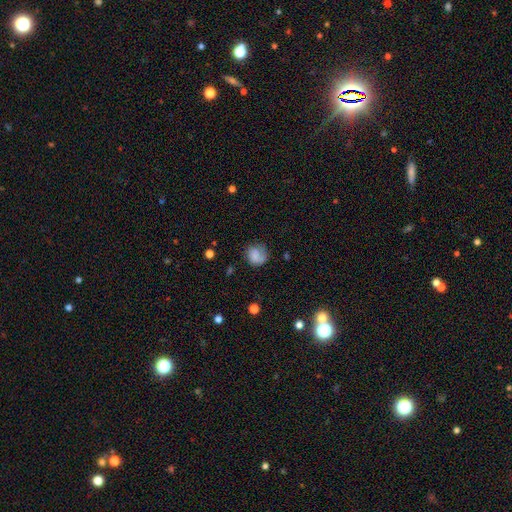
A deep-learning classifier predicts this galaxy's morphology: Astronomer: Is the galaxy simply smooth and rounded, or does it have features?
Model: smooth — 67%.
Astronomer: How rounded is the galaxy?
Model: round — 76%.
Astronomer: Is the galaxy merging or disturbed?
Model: none — 59%.